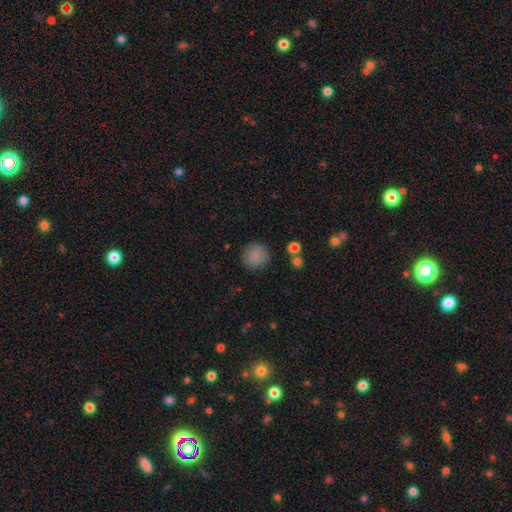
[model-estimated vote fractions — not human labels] A smooth galaxy with no disk features (86%) that is round (93%).

Vote fractions:
- Smooth or featured? smooth: 86% / star or artifact: 9% / featured or disk: 6%
- How rounded? round: 93% / in between: 6% / cigar-shaped: 1%
- Merging? none: 85% / minor disturbance: 9% / major disturbance: 3% / merger: 3%